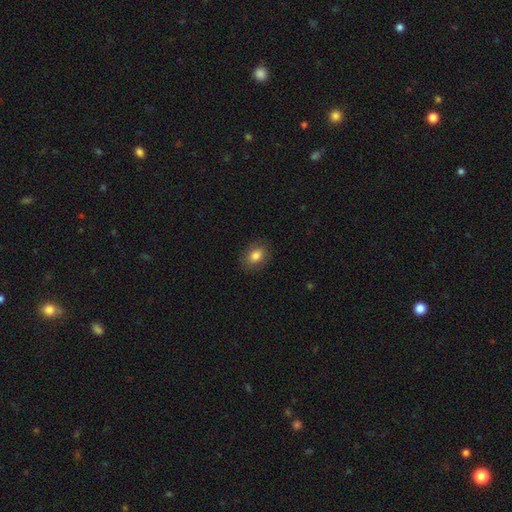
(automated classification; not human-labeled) Q: Smooth or featured?
A: smooth (81%); runner-up: featured or disk (10%)
Q: How rounded?
A: in between (70%); runner-up: round (29%)
Q: Merging?
A: none (85%); runner-up: minor disturbance (11%)